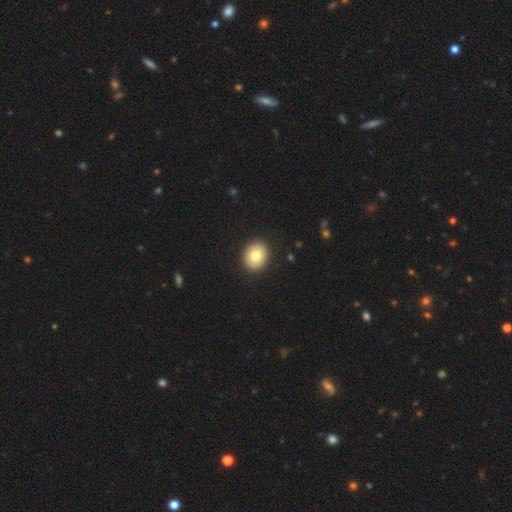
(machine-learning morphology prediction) A smooth galaxy with no disk features (79%) that is round (68%). Merging: none (91%).